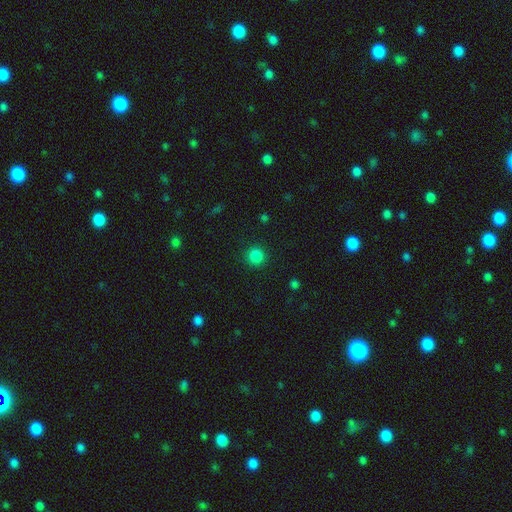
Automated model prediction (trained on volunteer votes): This appears to be a smooth galaxy with no disk features (85%) that is round (93%). Merging: none (91%).